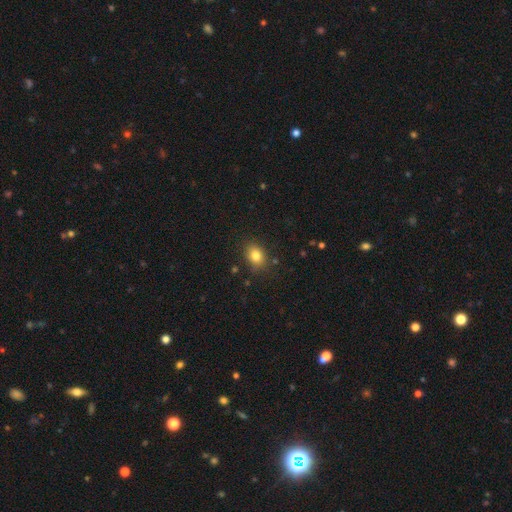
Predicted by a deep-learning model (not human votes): smooth_or_featured: smooth (p=0.81) [alt: star or artifact p=0.11]
how_rounded: in between (p=0.56) [alt: round p=0.43]
merging: none (p=0.84) [alt: minor disturbance p=0.12]